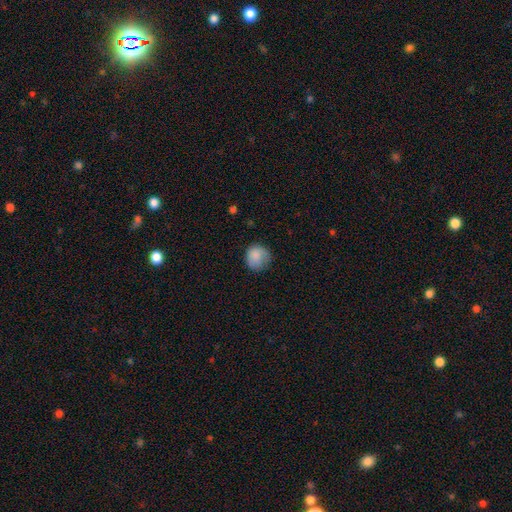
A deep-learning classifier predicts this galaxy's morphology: Q: Smooth or featured?
A: smooth (84%); runner-up: featured or disk (8%)
Q: How rounded?
A: round (84%); runner-up: in between (15%)
Q: Merging?
A: none (65%); runner-up: minor disturbance (25%)